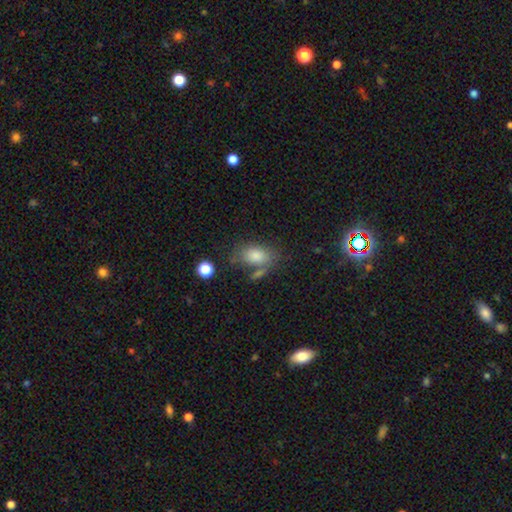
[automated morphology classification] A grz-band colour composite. It shows a smooth galaxy with no disk features (76%) that is in between round and cigar-shaped (84%). Merging: none (58%).